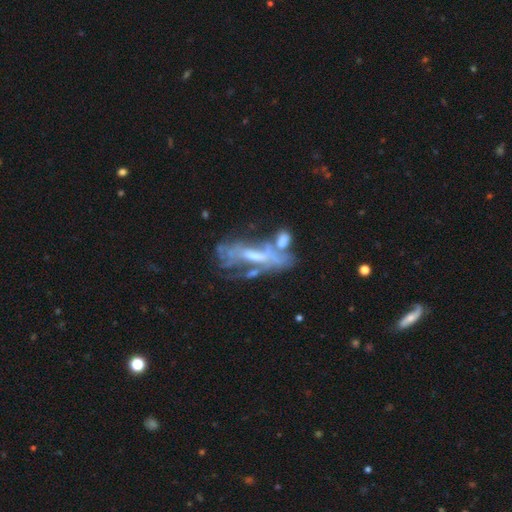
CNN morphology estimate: Q: Smooth or featured?
A: featured or disk (70%); runner-up: smooth (19%)
Q: Edge-on disk?
A: no (78%); runner-up: yes (22%)
Q: Bar?
A: no (45%); runner-up: weak (31%)
Q: Spiral arms?
A: no (56%); runner-up: yes (44%)
Q: Bulge size?
A: moderate (41%); runner-up: small (31%)
Q: Merging?
A: merger (34%); runner-up: none (28%)